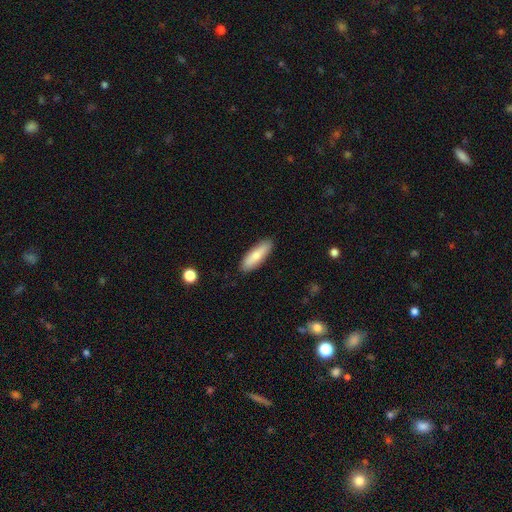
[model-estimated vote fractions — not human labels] This appears to be a smooth galaxy with no disk features (78%) that is cigar-shaped (52%). Merging: none (88%).